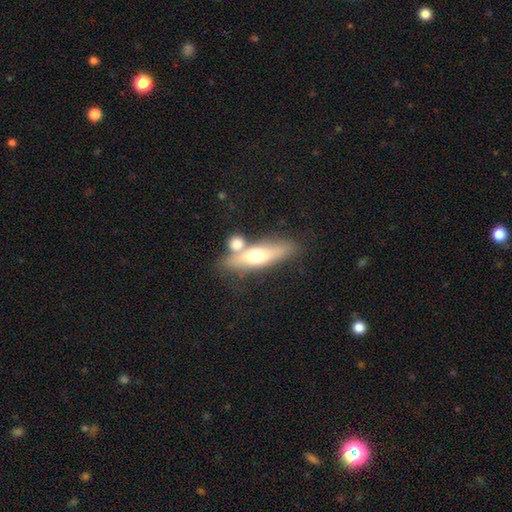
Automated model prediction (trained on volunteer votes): This appears to be a smooth galaxy with no disk features (52%) that is cigar-shaped (62%). Merging: none (55%).